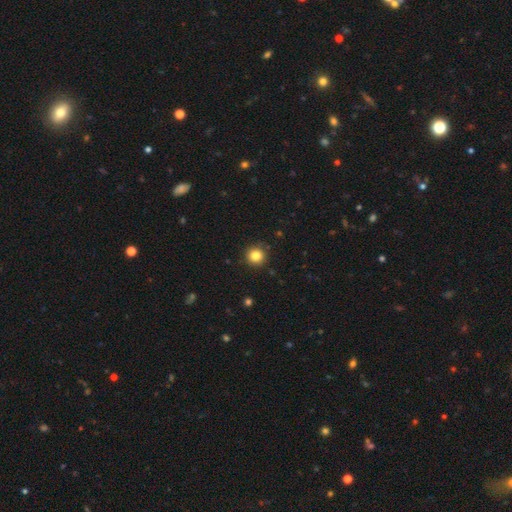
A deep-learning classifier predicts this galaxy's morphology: smooth-or-featured: smooth: 83% | star or artifact: 12% | featured or disk: 5%
  how-rounded: round: 95% | in between: 4% | cigar-shaped: 1%
  merging: none: 90% | minor disturbance: 7% | major disturbance: 2% | merger: 1%